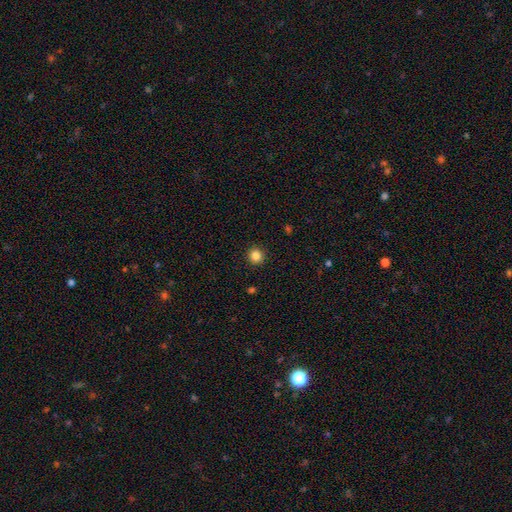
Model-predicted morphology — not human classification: smooth 85%, star or artifact 11%, featured or disk 4%. Down the decision tree: how rounded — round (93%); merging — none (92%).